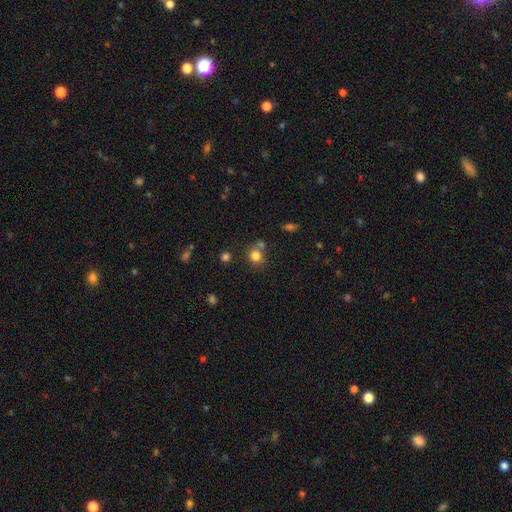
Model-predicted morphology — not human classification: Smooth or featured?
  - smooth: 80% *
  - star or artifact: 13%
  - featured or disk: 7%
How rounded?
  - round: 81% *
  - in between: 18%
  - cigar-shaped: 1%
Merging?
  - none: 60% *
  - merger: 23%
  - minor disturbance: 12%
  - major disturbance: 5%